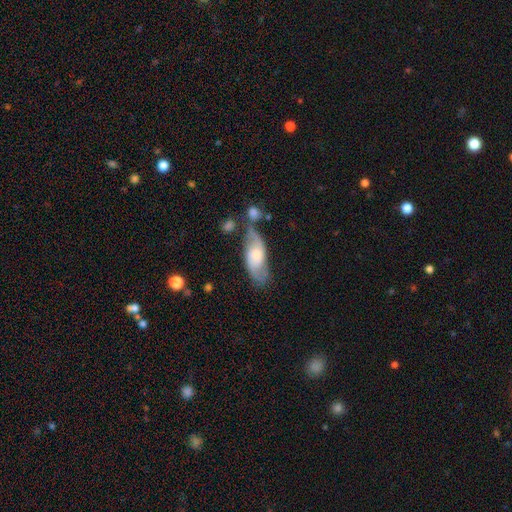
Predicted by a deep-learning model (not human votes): This appears to be a featured or disk galaxy (56%). Merging: none (48%).